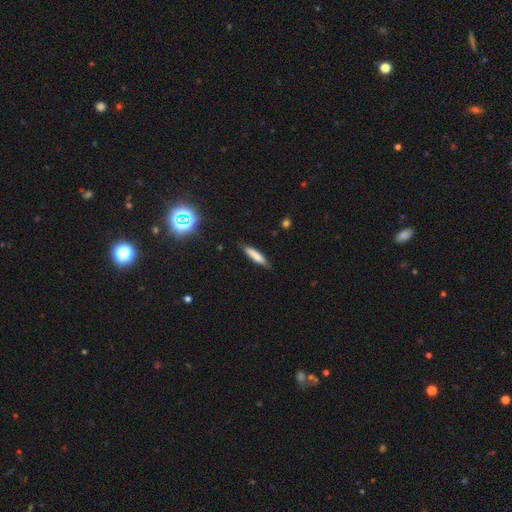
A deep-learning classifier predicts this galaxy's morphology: type=smooth (74%); roundness=cigar-shaped (84%); merging=none (83%).